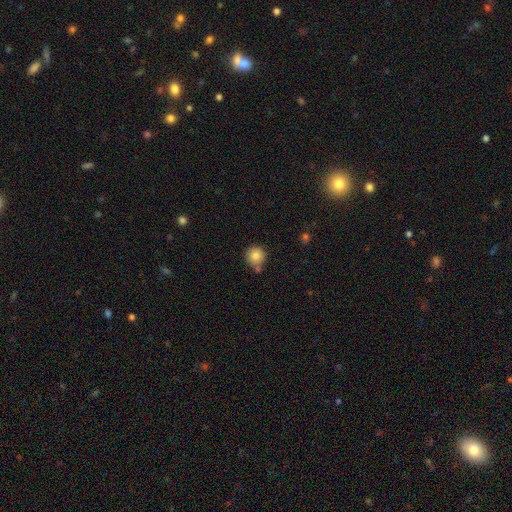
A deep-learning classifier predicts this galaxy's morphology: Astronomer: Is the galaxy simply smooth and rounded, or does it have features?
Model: smooth — 84%.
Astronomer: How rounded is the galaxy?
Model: round — 93%.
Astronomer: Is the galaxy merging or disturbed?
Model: none — 67%.